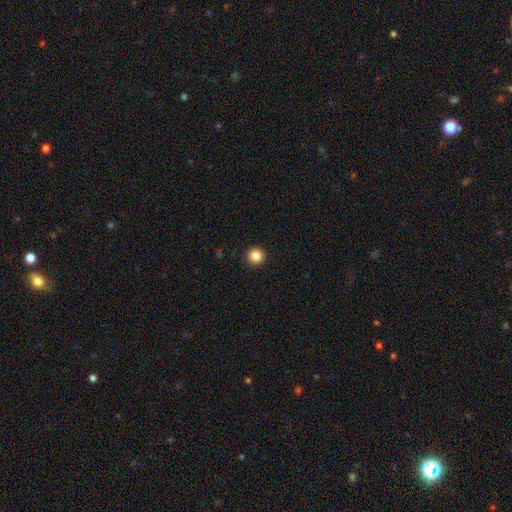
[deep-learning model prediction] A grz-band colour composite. It shows a smooth galaxy with no disk features (86%) that is round (96%). Merging: none (93%).